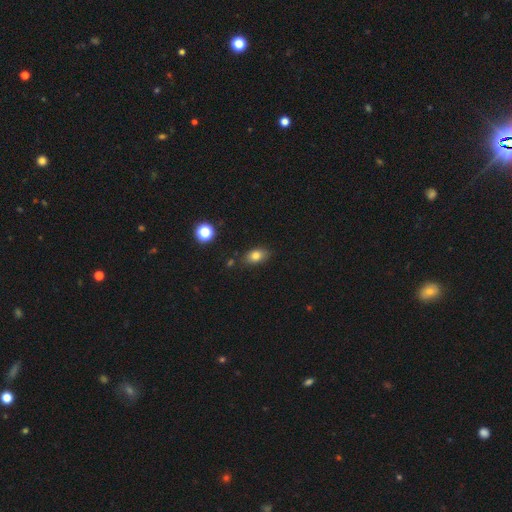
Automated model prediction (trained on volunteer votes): Overall: smooth (80%). How rounded: in between (83%). Merging: none (81%).